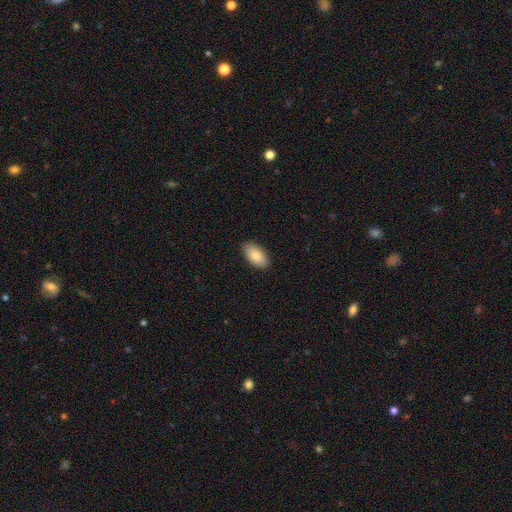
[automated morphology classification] This appears to be a smooth galaxy with no disk features (84%) that is in between round and cigar-shaped (95%). Merging: none (89%).